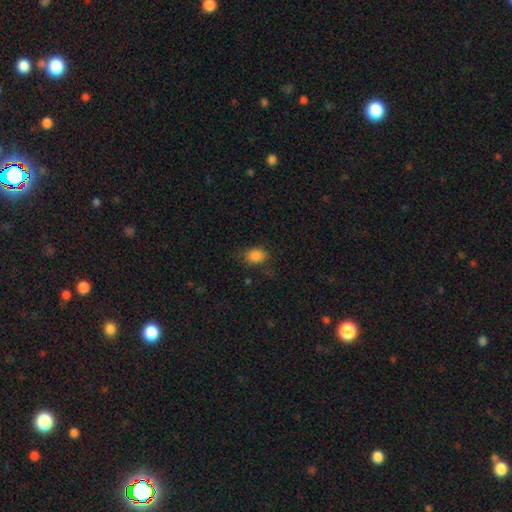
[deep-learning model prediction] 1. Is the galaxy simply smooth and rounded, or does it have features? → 85% smooth, 10% star or artifact, 5% featured or disk.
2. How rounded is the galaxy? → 66% in between, 32% round, 1% cigar-shaped.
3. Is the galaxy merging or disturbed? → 73% none, 19% minor disturbance, 7% major disturbance, 1% merger.